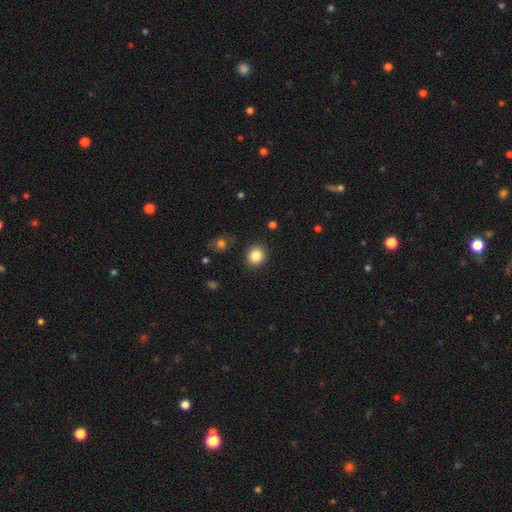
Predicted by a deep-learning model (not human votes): Q: Smooth or featured?
A: smooth (85%); runner-up: star or artifact (10%)
Q: How rounded?
A: round (83%); runner-up: in between (16%)
Q: Merging?
A: none (90%); runner-up: minor disturbance (7%)